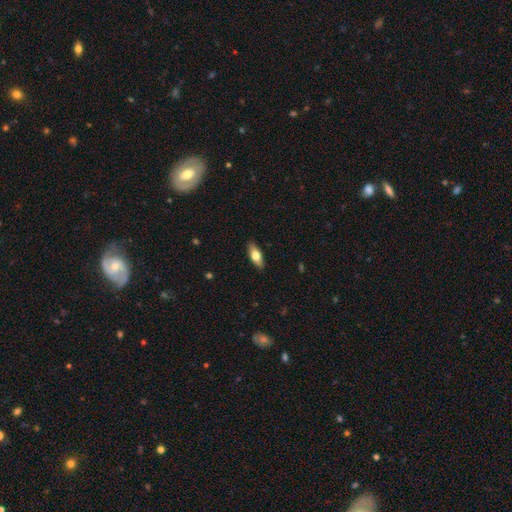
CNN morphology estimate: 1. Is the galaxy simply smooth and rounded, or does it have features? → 63% smooth, 31% featured or disk, 6% star or artifact.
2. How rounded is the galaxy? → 71% in between, 26% cigar-shaped, 3% round.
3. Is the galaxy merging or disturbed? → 88% none, 9% minor disturbance, 2% major disturbance, 1% merger.